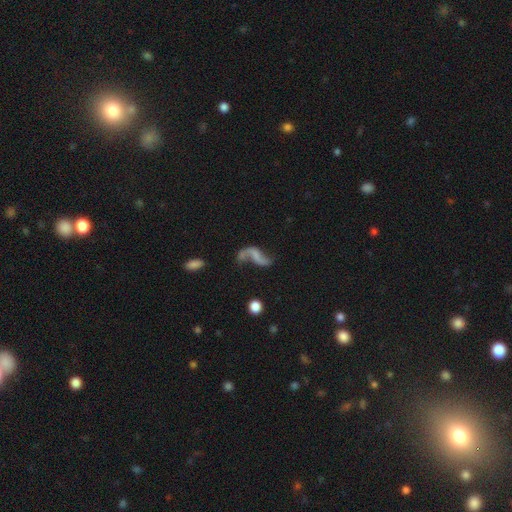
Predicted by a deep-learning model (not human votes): featured or disk 76%, smooth 15%, star or artifact 9%. Down the decision tree: edge-on disk — no (96%); bar — no (51%); spiral arms — yes (89%); spiral arm count — 2 (86%); spiral winding — loose (91%); bulge size — none (68%); merging — none (49%).